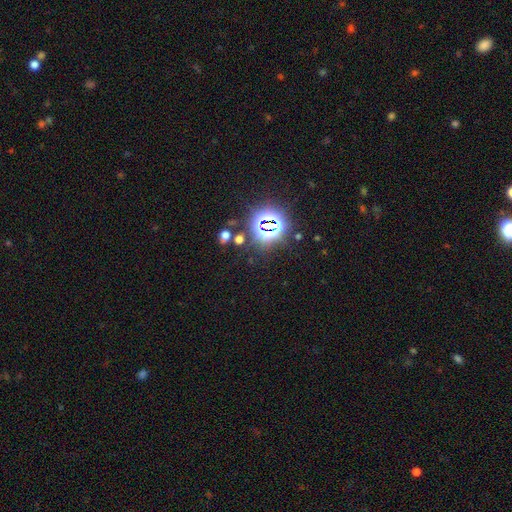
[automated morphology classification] The model was most divided on "smooth or featured": star or artifact: 83%, smooth: 11%, featured or disk: 6%.